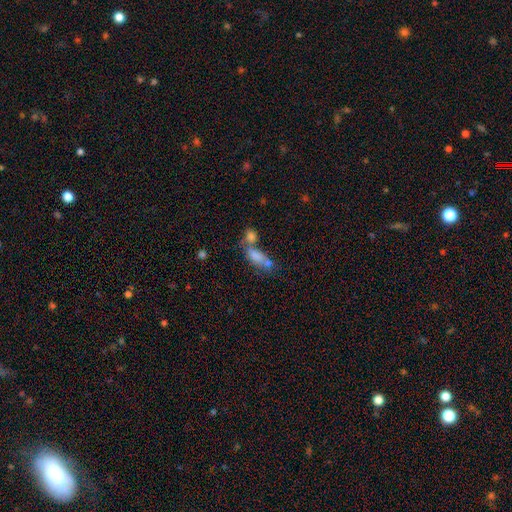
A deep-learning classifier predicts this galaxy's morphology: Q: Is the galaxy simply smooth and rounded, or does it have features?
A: smooth — 68%.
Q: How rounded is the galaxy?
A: in between — 76%.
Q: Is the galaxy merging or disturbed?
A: merger — 56%.